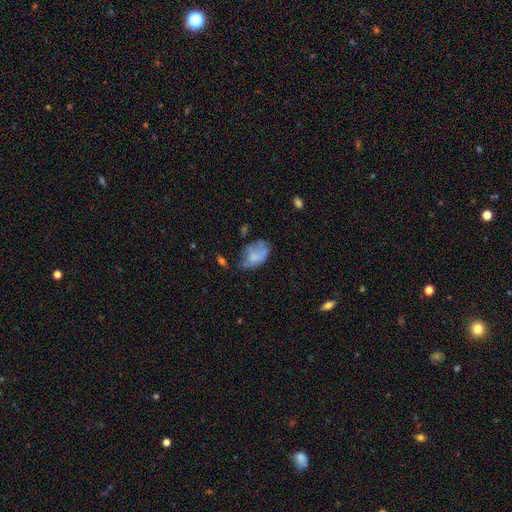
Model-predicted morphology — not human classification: smooth 56%, featured or disk 34%, star or artifact 10%. Down the decision tree: how rounded — in between (86%); merging — none (33%).